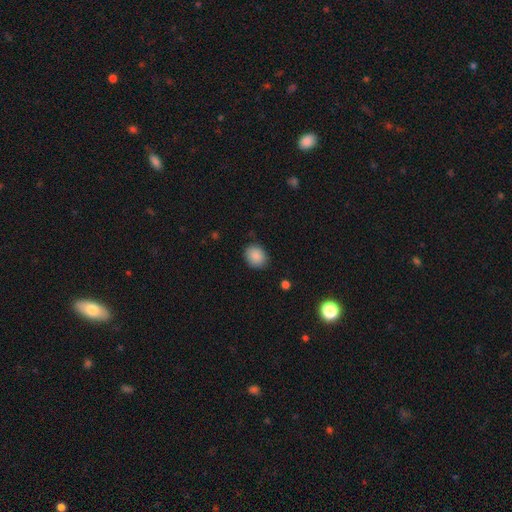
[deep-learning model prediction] Smooth or featured?
  - smooth: 88% *
  - star or artifact: 8%
  - featured or disk: 3%
How rounded?
  - round: 59% *
  - in between: 40%
  - cigar-shaped: 1%
Merging?
  - none: 85% *
  - minor disturbance: 11%
  - major disturbance: 3%
  - merger: 1%